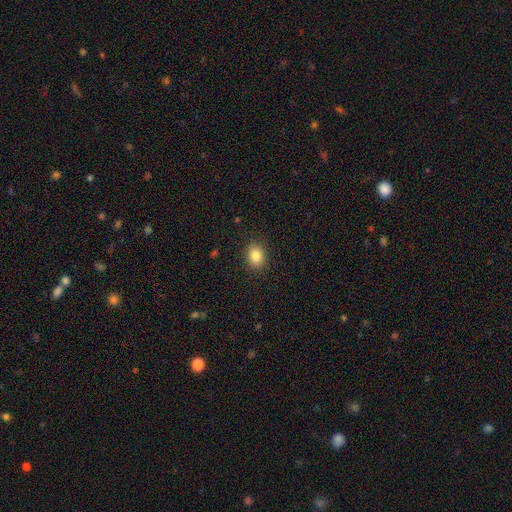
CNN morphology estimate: smooth-or-featured: smooth: 84% | star or artifact: 10% | featured or disk: 6%
  how-rounded: in between: 50% | round: 49% | cigar-shaped: 1%
  merging: none: 89% | minor disturbance: 8% | major disturbance: 2% | merger: 1%